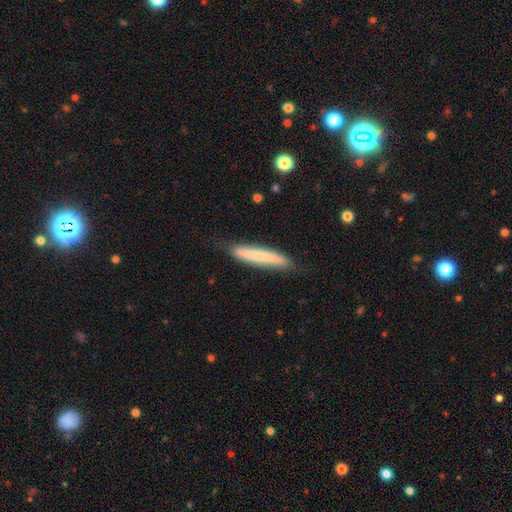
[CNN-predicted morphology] The model was most divided on "smooth or featured": smooth: 68%, featured or disk: 25%, star or artifact: 7%. More confident: how rounded — cigar-shaped (95%); merging — none (84%).